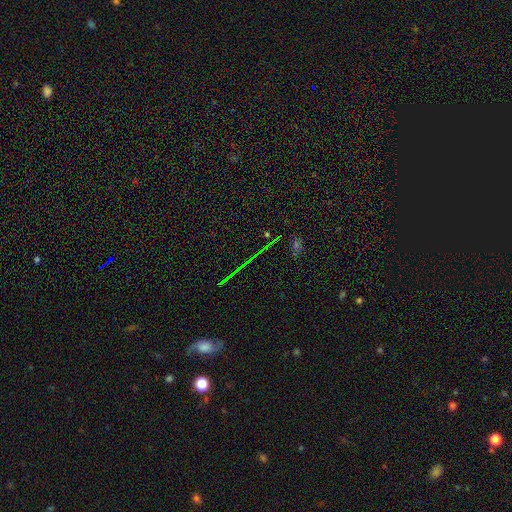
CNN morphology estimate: A star or artifact, not a galaxy (76%).